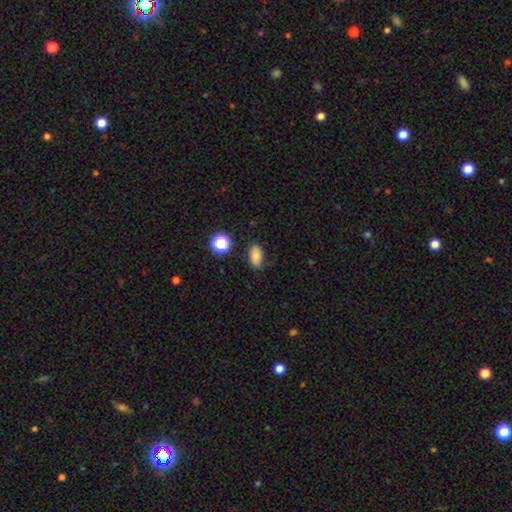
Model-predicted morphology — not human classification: Smooth or featured? smooth (82%)
How rounded? in between (88%)
Merging? none (81%)